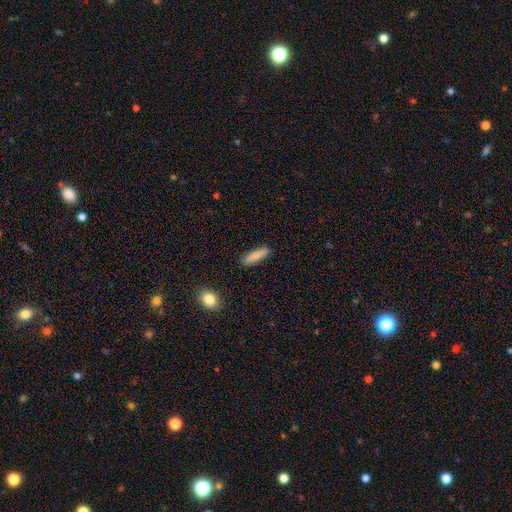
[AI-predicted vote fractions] smooth-or-featured: smooth: 81% | featured or disk: 12% | star or artifact: 7%
  how-rounded: cigar-shaped: 63% | in between: 35% | round: 2%
  merging: none: 87% | minor disturbance: 10% | major disturbance: 2% | merger: 2%